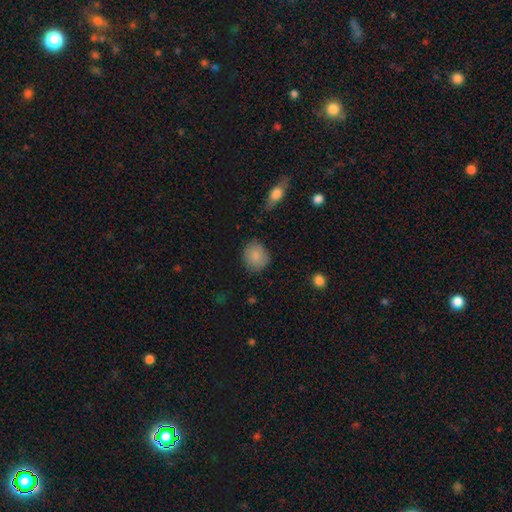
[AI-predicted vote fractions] Smooth or featured: smooth — 85% (star or artifact — 8%)
How rounded: round — 83% (in between — 16%)
Merging: none — 80% (minor disturbance — 15%)